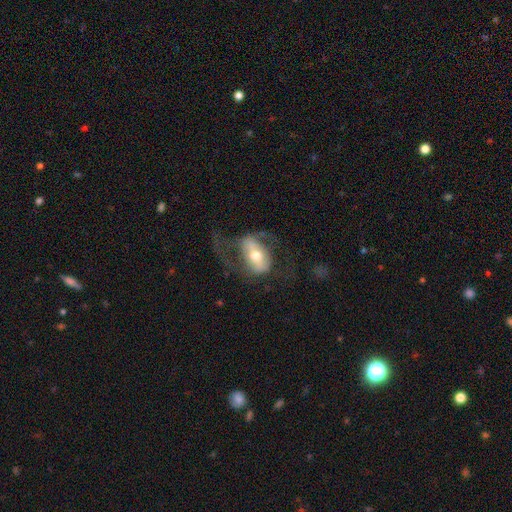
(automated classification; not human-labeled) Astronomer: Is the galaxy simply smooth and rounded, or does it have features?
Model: featured or disk — 67%.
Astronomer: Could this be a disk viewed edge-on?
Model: no — 89%.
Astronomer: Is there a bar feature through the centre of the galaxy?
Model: strong — 45% (runner-up: weak, 30%).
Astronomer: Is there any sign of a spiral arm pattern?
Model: yes — 66%.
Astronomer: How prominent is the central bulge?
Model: moderate — 70%.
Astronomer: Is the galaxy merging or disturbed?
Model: none — 47% (runner-up: major disturbance, 33%).